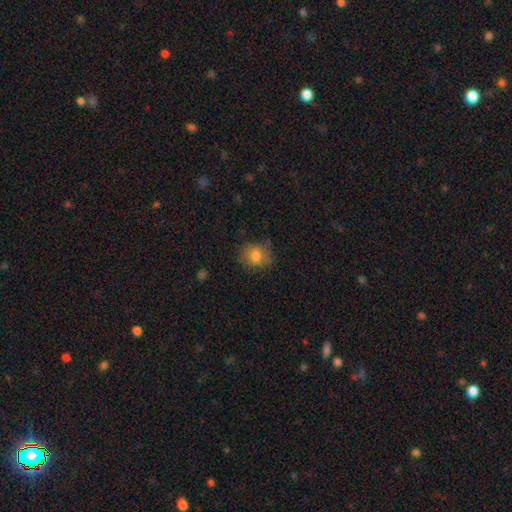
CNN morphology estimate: A smooth galaxy with no disk features (76%) that is round (66%).

Vote fractions:
- Smooth or featured? smooth: 76% / featured or disk: 14% / star or artifact: 10%
- How rounded? round: 66% / in between: 33% / cigar-shaped: 1%
- Merging? none: 67% / minor disturbance: 22% / major disturbance: 9% / merger: 2%